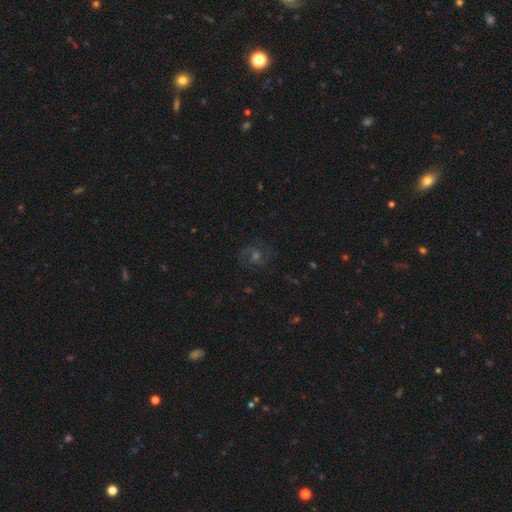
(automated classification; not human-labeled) This appears to be a featured or disk galaxy (53%) with no bar (61%), spiral arms (89%) and a moderate central bulge (54%). Merging: none (80%).